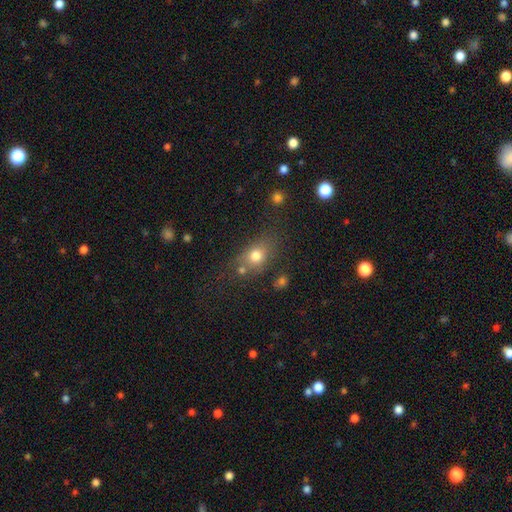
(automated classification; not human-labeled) This is likely a smooth galaxy (74%). How rounded: possibly in between (55%). Merging: likely none (63%).